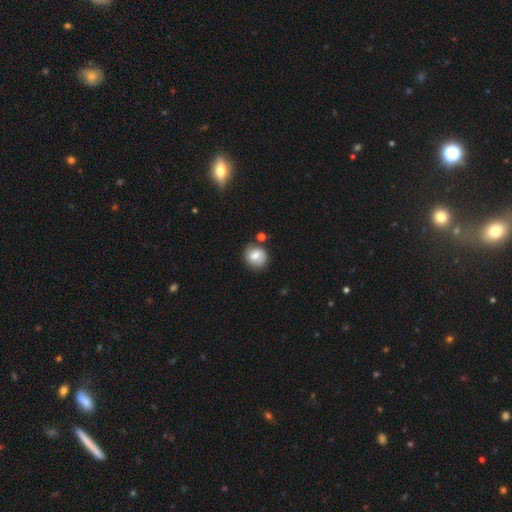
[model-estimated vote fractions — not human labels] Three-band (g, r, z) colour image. It shows a smooth galaxy with no disk features (62%) that is round (79%). Merging: none (70%).